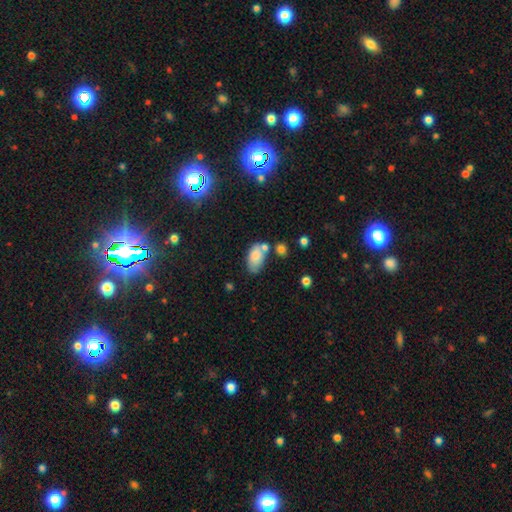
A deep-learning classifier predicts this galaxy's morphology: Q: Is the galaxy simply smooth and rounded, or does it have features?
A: smooth — 77%.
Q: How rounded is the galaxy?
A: in between — 93%.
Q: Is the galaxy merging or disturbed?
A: none — 49%.